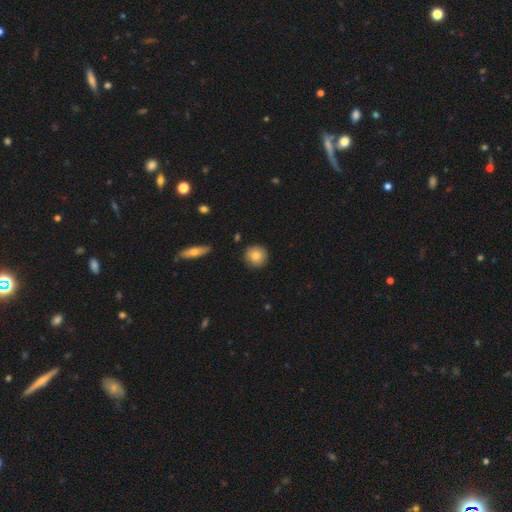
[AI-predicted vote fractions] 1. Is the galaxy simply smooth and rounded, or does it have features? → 80% smooth, 12% featured or disk, 8% star or artifact.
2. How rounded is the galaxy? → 93% round, 6% in between, 1% cigar-shaped.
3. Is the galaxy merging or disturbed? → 89% none, 8% minor disturbance, 2% major disturbance, 1% merger.